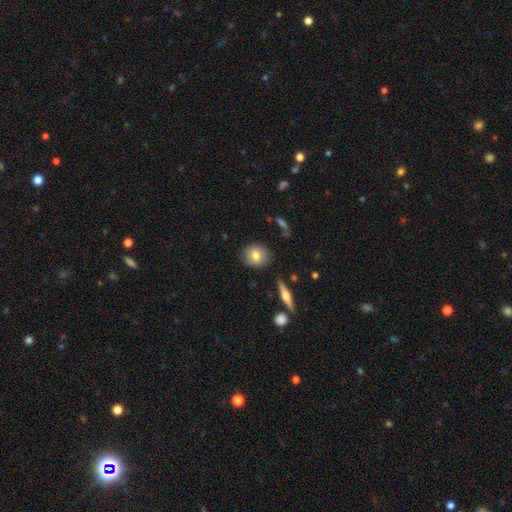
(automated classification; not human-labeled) Smooth or featured: smooth — 72% (featured or disk — 20%)
How rounded: round — 71% (in between — 27%)
Merging: none — 85% (minor disturbance — 11%)